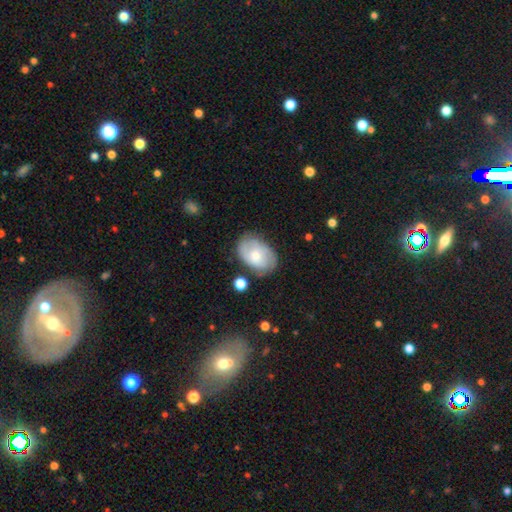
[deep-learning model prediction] Smooth or featured? smooth (50%)
How rounded? in between (83%)
Merging? none (68%)